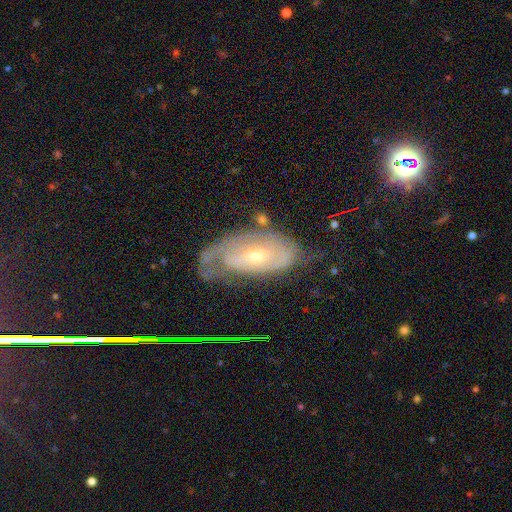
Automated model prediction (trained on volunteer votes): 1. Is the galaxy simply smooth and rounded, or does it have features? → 73% featured or disk, 18% smooth, 9% star or artifact.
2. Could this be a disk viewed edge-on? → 92% no, 8% yes.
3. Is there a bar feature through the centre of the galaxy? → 64% no, 29% weak, 7% strong.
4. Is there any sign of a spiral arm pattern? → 81% yes, 19% no.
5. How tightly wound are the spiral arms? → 57% tight, 30% medium, 13% loose.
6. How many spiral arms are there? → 45% can't tell, 31% 2, 14% 1, 5% 3, 2% 4, 2% more than 4.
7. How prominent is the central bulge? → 49% small, 47% moderate, 2% large, 1% none, 1% dominant.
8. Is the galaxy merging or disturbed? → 49% none, 28% minor disturbance, 19% major disturbance, 4% merger.